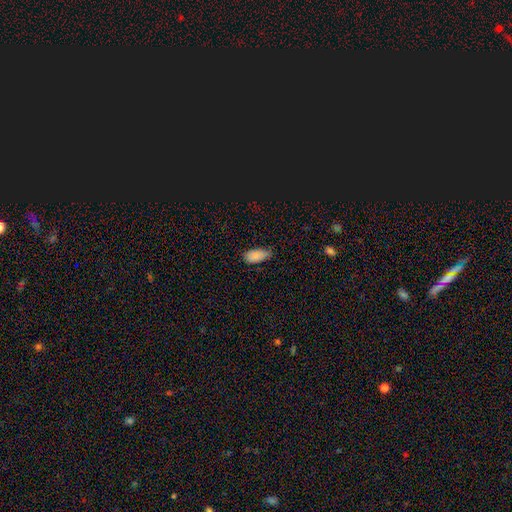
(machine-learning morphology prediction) This is clearly a smooth galaxy (86%). How rounded: clearly in between (91%). Merging: likely none (62%).